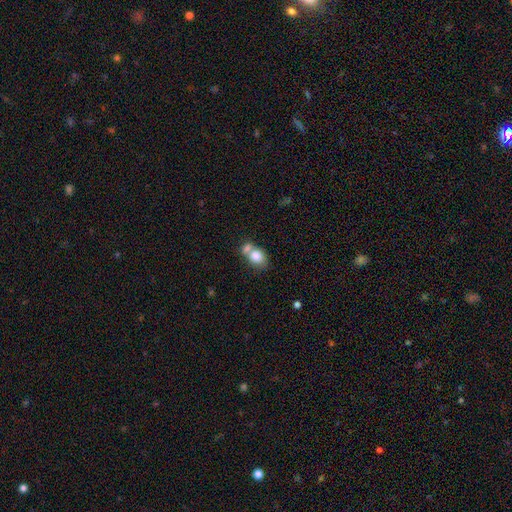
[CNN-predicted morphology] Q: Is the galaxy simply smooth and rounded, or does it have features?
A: smooth — 79%.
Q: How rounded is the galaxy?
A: in between — 59%.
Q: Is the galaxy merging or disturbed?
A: merger — 54%.